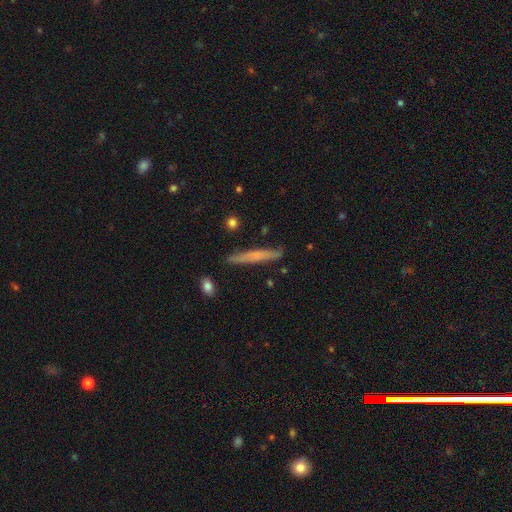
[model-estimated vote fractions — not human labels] smooth 55%, featured or disk 39%, star or artifact 6%. Down the decision tree: how rounded — cigar-shaped (95%); merging — none (87%).